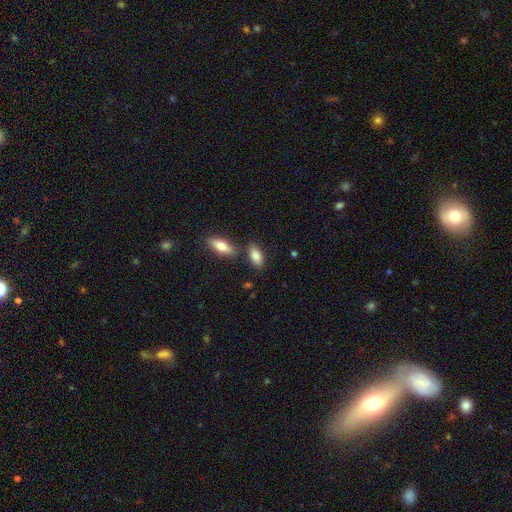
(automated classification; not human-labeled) Overall: smooth (84%). How rounded: in between (87%). Merging: none (71%).